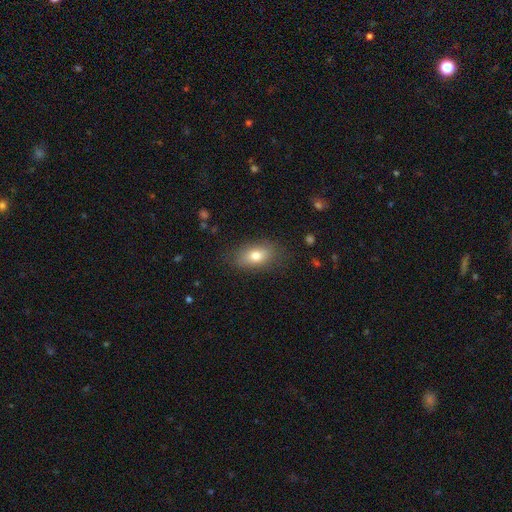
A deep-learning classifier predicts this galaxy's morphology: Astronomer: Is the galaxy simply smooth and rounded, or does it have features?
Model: smooth — 77%.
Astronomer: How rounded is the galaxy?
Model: in between — 86%.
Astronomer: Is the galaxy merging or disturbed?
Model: none — 79%.